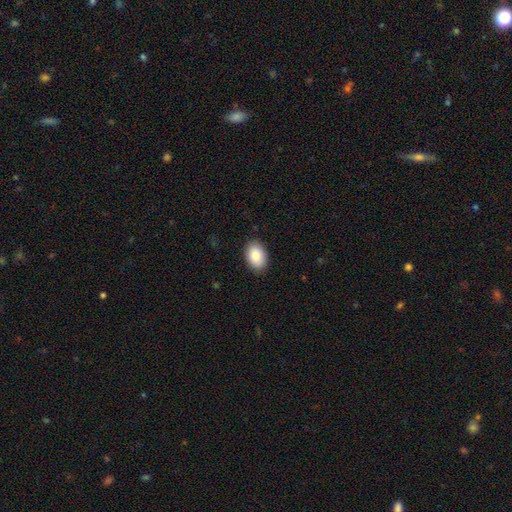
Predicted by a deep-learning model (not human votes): This is clearly a smooth galaxy (87%). How rounded: clearly in between (89%). Merging: clearly none (88%).